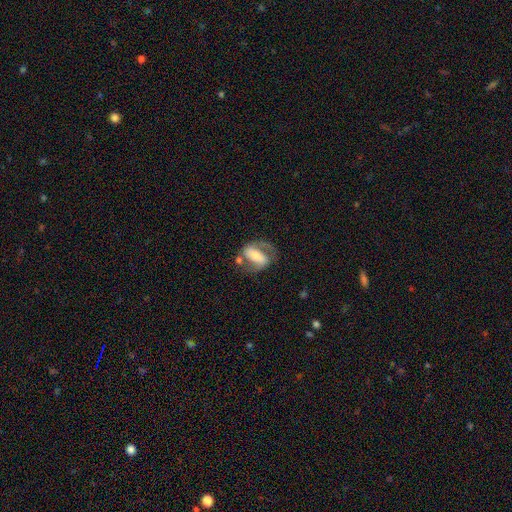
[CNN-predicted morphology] Smooth or featured? Predicted: featured or disk (p=0.72). Edge-on disk? Predicted: no (p=0.95). Bar? Predicted: strong (p=0.53). Spiral arms? Predicted: yes (p=0.85). Spiral winding? Predicted: medium (p=0.50). Spiral arm count? Predicted: 2 (p=0.86). Bulge size? Predicted: moderate (p=0.44). Merging? Predicted: none (p=0.57).